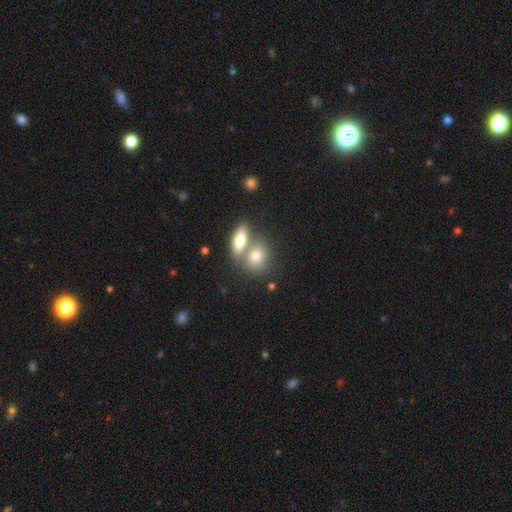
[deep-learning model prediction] A smooth galaxy with no disk features (77%) that is in between round and cigar-shaped (57%).

Vote fractions:
- Smooth or featured? smooth: 77% / featured or disk: 15% / star or artifact: 8%
- How rounded? in between: 57% / round: 38% / cigar-shaped: 5%
- Merging? merger: 48% / none: 40% / minor disturbance: 9% / major disturbance: 3%